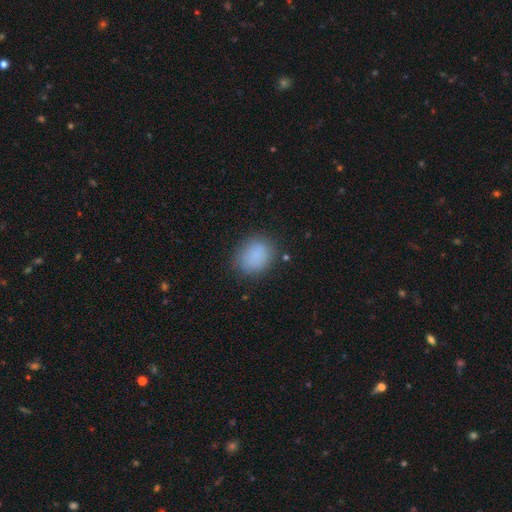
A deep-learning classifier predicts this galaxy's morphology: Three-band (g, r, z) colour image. It shows a smooth galaxy with no disk features (86%) that is round (55%). Merging: none (81%).